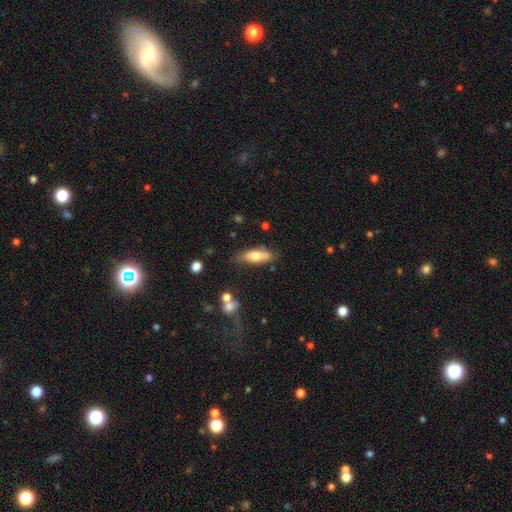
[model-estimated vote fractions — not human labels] A smooth galaxy with no disk features (69%) that is in between round and cigar-shaped (59%).

Vote fractions:
- Smooth or featured? smooth: 69% / featured or disk: 24% / star or artifact: 7%
- How rounded? in between: 59% / cigar-shaped: 38% / round: 2%
- Merging? none: 70% / minor disturbance: 20% / merger: 5% / major disturbance: 5%